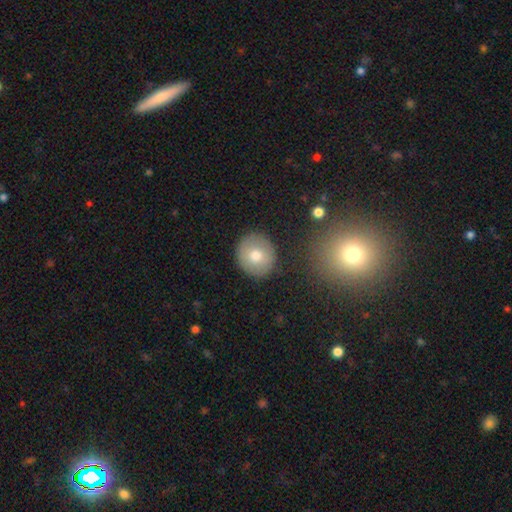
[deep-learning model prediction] Morphology: type=smooth (73%); roundness=round (88%); merging=none (88%).